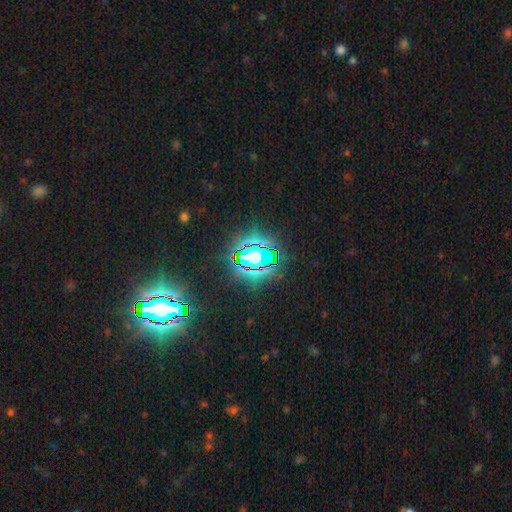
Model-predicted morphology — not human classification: star or artifact 82%, smooth 10%, featured or disk 8%.